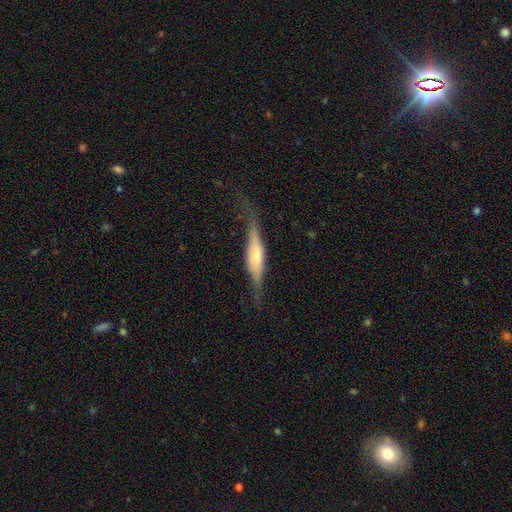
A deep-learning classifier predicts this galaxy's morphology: A featured or disk galaxy (66%) viewed edge-on (92%) with a rounded central bulge (69%). Merging: none (70%).